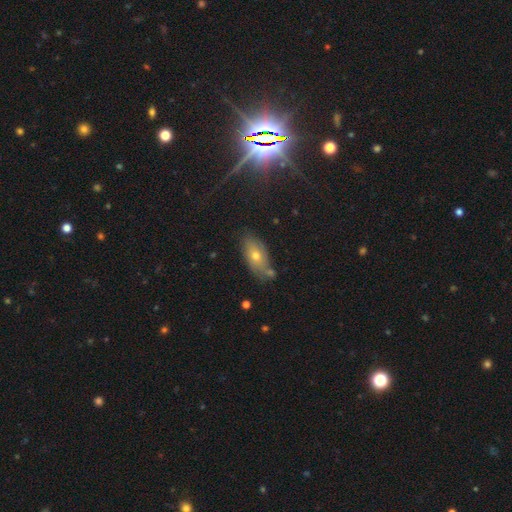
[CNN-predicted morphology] Overall: smooth (61%; featured or disk 28%). How rounded: in between (86%). Merging: none (63%).